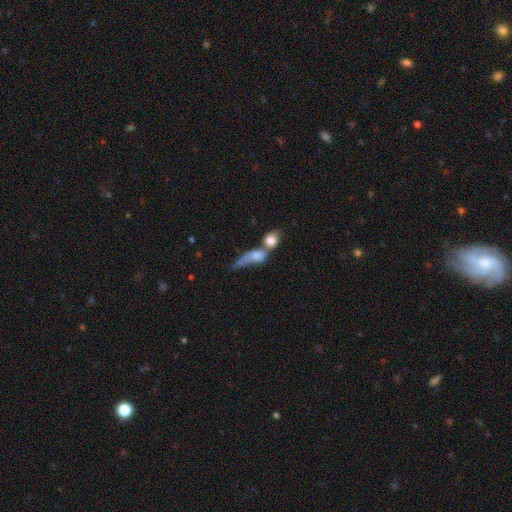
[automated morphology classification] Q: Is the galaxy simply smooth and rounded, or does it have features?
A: smooth — 65%.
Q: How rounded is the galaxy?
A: in between — 49%.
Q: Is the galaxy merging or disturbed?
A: merger — 67%.